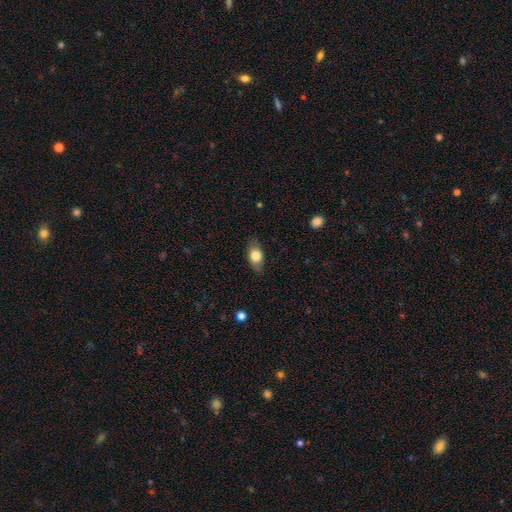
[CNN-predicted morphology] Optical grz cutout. It shows a smooth galaxy with no disk features (76%) that is in between round and cigar-shaped (80%). Merging: none (79%).